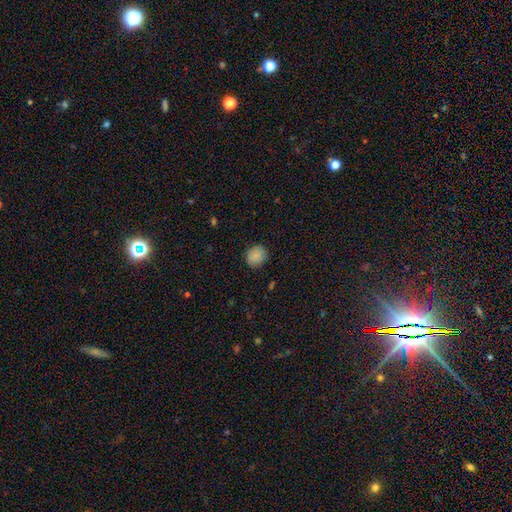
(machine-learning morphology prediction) Smooth or featured?
  - smooth: 86% *
  - star or artifact: 8%
  - featured or disk: 6%
How rounded?
  - round: 74% *
  - in between: 25%
  - cigar-shaped: 1%
Merging?
  - none: 87% *
  - minor disturbance: 10%
  - major disturbance: 2%
  - merger: 1%